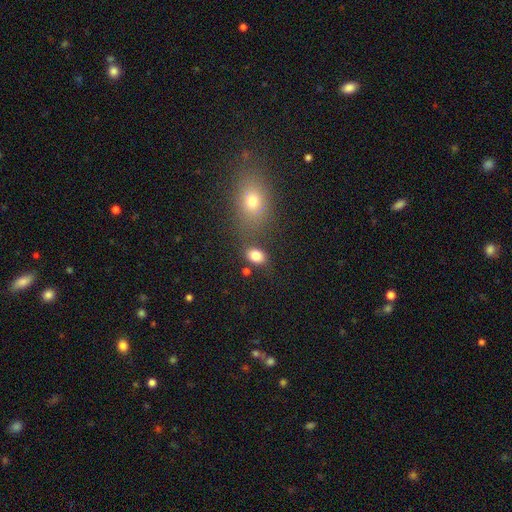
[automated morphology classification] Overall: smooth (82%). How rounded: in between (76%). Merging: none (68%).